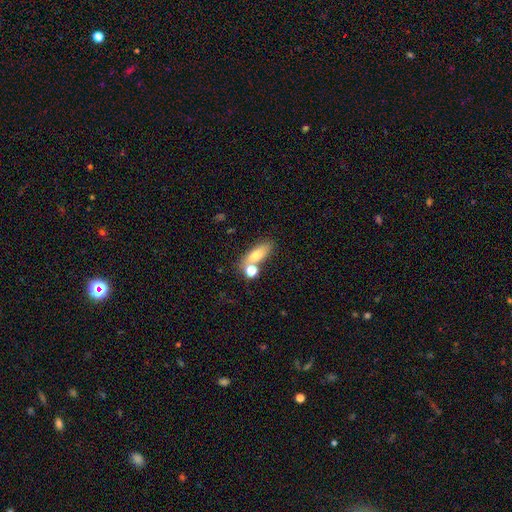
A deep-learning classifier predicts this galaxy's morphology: smooth_or_featured: smooth (p=0.71) [alt: featured or disk p=0.19]
how_rounded: in between (p=0.61) [alt: cigar-shaped p=0.28]
merging: none (p=0.55) [alt: merger p=0.26]